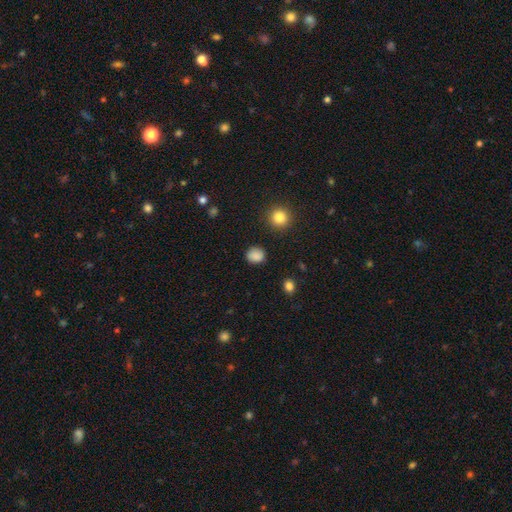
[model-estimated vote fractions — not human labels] A smooth galaxy with no disk features (85%) that is round (73%).

Vote fractions:
- Smooth or featured? smooth: 85% / star or artifact: 11% / featured or disk: 4%
- How rounded? round: 73% / in between: 26% / cigar-shaped: 1%
- Merging? none: 83% / minor disturbance: 12% / major disturbance: 4% / merger: 2%